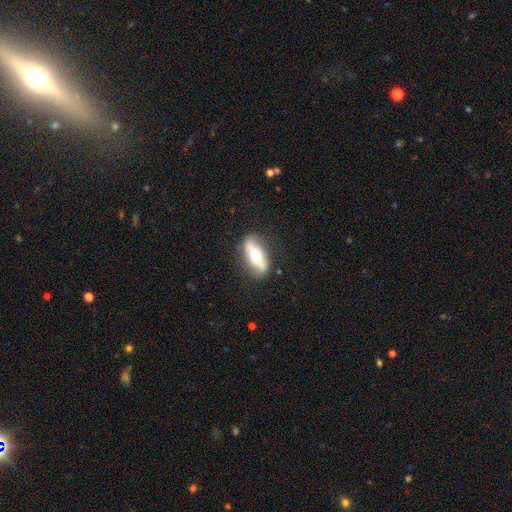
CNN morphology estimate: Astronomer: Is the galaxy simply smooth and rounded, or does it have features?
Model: smooth — 49% (runner-up: featured or disk, 45%).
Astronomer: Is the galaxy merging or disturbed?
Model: none — 82%.